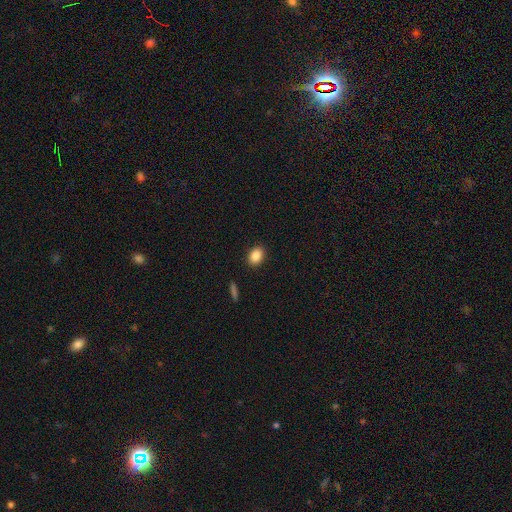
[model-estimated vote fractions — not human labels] This appears to be a smooth galaxy with no disk features (87%) that is in between round and cigar-shaped (72%). Merging: none (90%).